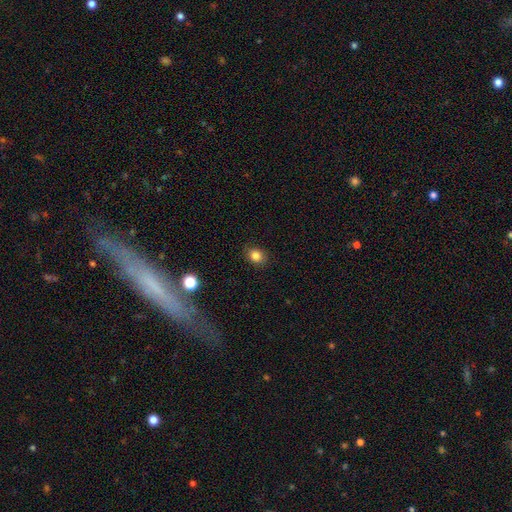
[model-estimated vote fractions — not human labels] Smooth or featured? smooth (83%)
How rounded? round (61%)
Merging? none (86%)